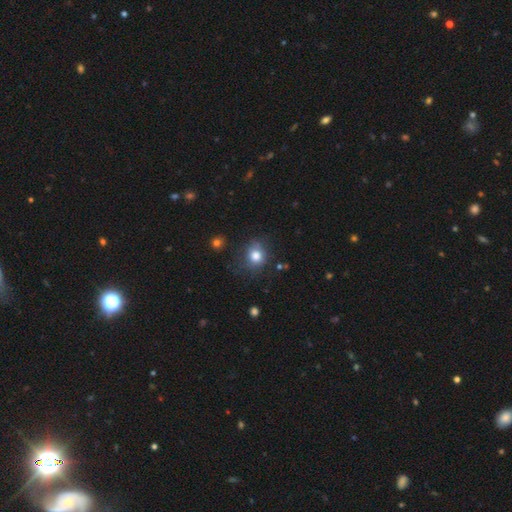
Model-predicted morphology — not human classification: smooth-or-featured: smooth: 79% | star or artifact: 11% | featured or disk: 10%
  how-rounded: round: 72% | in between: 27% | cigar-shaped: 1%
  merging: none: 66% | minor disturbance: 22% | major disturbance: 9% | merger: 3%